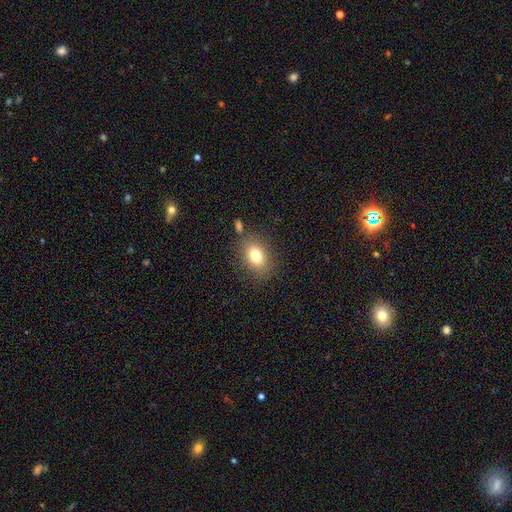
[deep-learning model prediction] Q: Smooth or featured?
A: smooth (78%); runner-up: featured or disk (12%)
Q: How rounded?
A: in between (71%); runner-up: round (28%)
Q: Merging?
A: none (79%); runner-up: minor disturbance (11%)